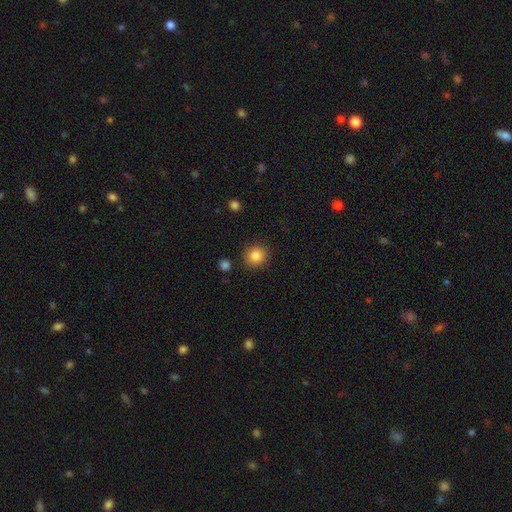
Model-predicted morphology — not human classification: A smooth galaxy with no disk features (84%) that is round (90%). Merging: none (89%).